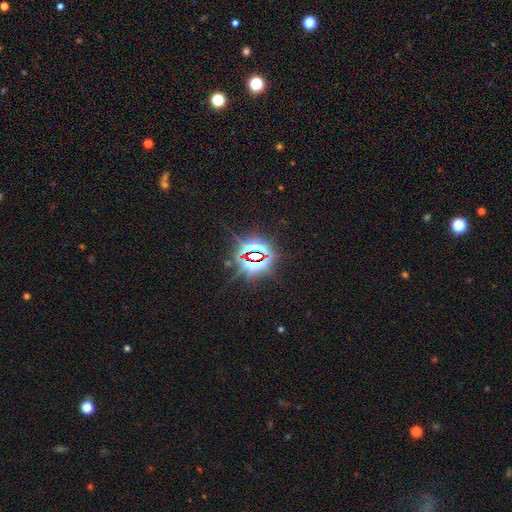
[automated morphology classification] Smooth or featured: star or artifact — 83% (smooth — 10%)